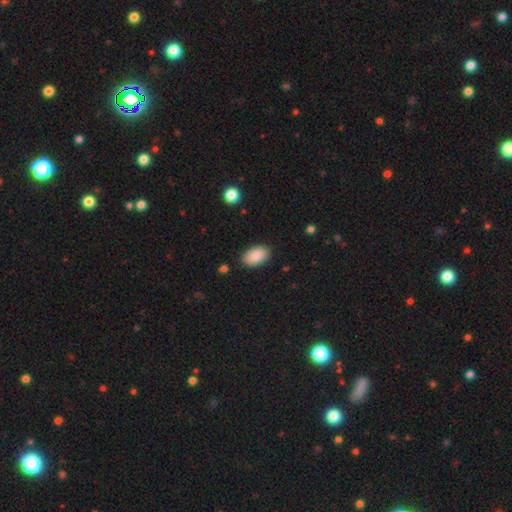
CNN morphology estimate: A smooth galaxy with no disk features (90%) that is in between round and cigar-shaped (94%).

Vote fractions:
- Smooth or featured? smooth: 90% / star or artifact: 6% / featured or disk: 4%
- How rounded? in between: 94% / round: 5% / cigar-shaped: 1%
- Merging? none: 87% / minor disturbance: 9% / major disturbance: 2% / merger: 1%